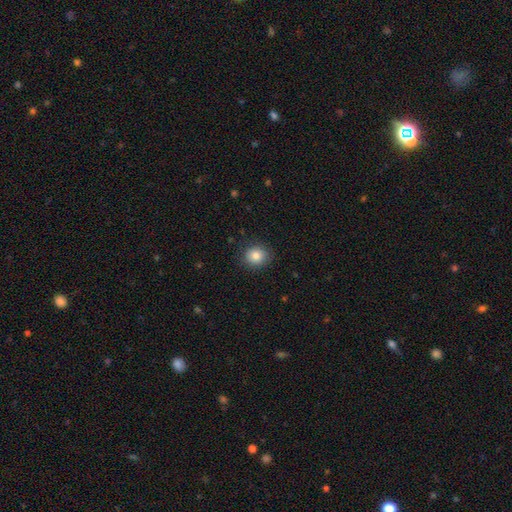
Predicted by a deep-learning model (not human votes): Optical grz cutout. It shows a smooth galaxy with no disk features (83%) that is round (78%). Merging: none (87%).